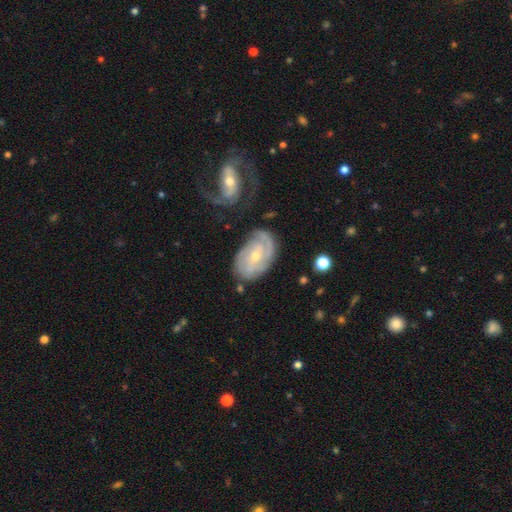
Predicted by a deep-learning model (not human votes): Smooth or featured? featured or disk (77%)
Edge-on disk? no (95%)
Bar? no (53%)
Spiral arms? yes (88%)
Spiral winding? tight (56%)
Spiral arm count? 2 (38%)
Bulge size? small (61%)
Merging? none (59%)